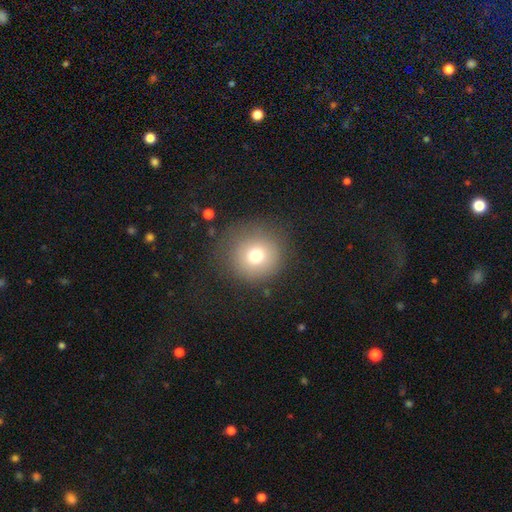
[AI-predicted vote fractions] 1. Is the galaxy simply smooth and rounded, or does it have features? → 73% smooth, 14% star or artifact, 13% featured or disk.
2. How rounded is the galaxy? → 93% round, 6% in between, 1% cigar-shaped.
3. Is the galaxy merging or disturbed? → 80% none, 12% minor disturbance, 7% major disturbance, 2% merger.